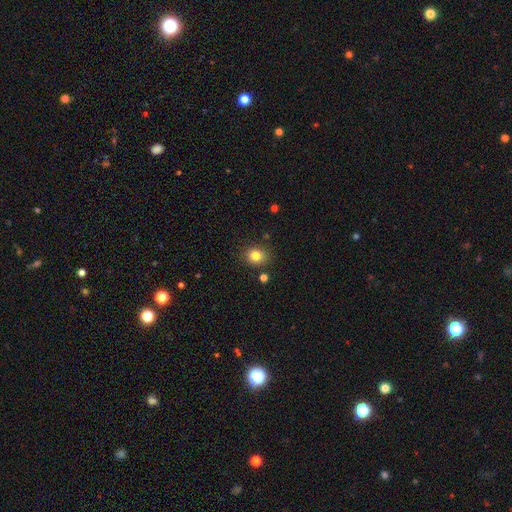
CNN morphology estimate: Smooth or featured? Predicted: smooth (p=0.82). How rounded? Predicted: round (p=0.66). Merging? Predicted: none (p=0.83).